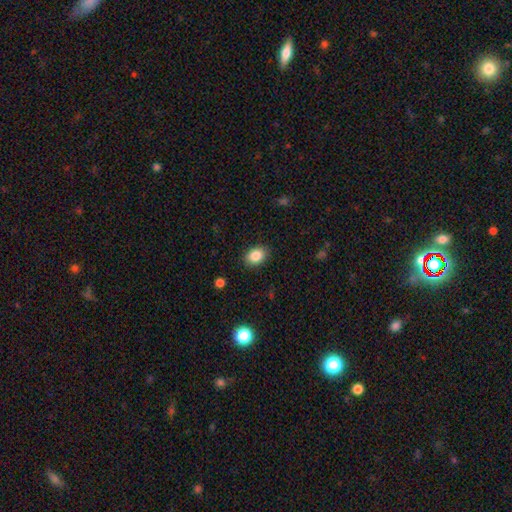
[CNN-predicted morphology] This is clearly a smooth galaxy (86%). How rounded: likely in between (72%). Merging: clearly none (88%).